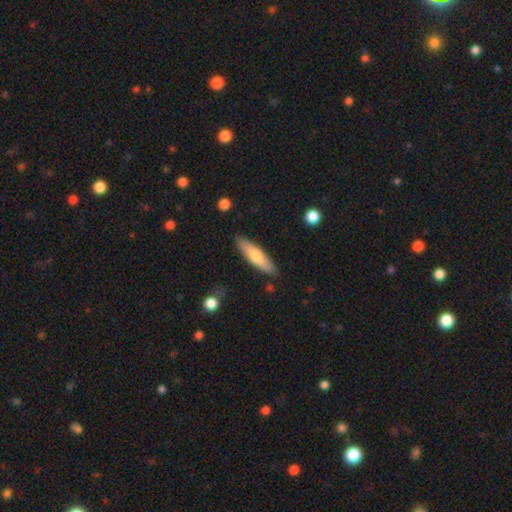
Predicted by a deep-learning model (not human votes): Smooth or featured? Predicted: smooth (p=0.65). How rounded? Predicted: cigar-shaped (p=0.70). Merging? Predicted: none (p=0.86).